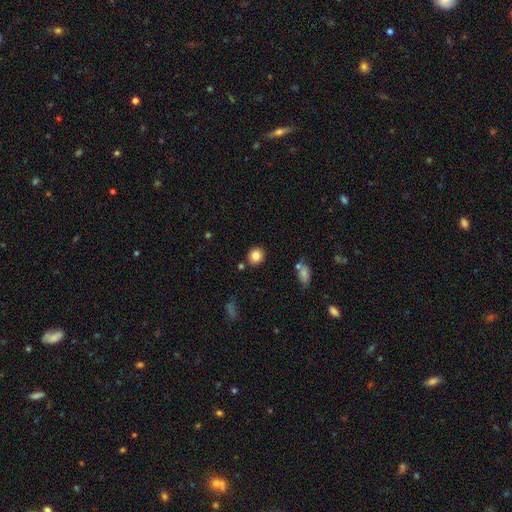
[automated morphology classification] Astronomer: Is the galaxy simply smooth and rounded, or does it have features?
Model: smooth — 83%.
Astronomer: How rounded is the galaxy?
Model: round — 81%.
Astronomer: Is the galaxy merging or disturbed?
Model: none — 84%.